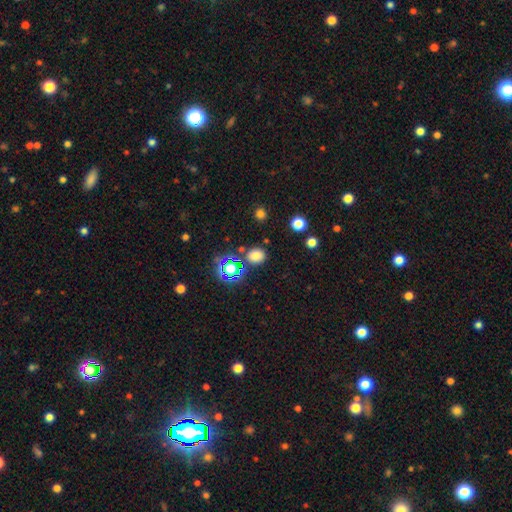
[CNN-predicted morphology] The model was most divided on "how rounded": round: 64%, in between: 35%, cigar-shaped: 1%. More confident: merging — none (82%); smooth or featured — smooth (72%).